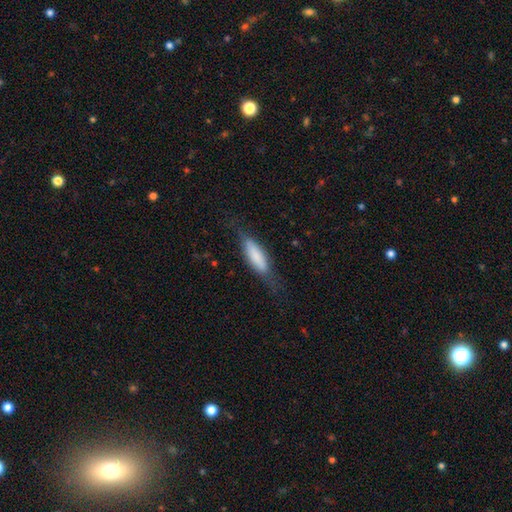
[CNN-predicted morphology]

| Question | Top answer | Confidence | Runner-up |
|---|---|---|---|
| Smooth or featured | smooth | 67% | featured or disk (26%) |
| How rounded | cigar-shaped | 59% | in between (39%) |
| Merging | none | 68% | minor disturbance (21%) |